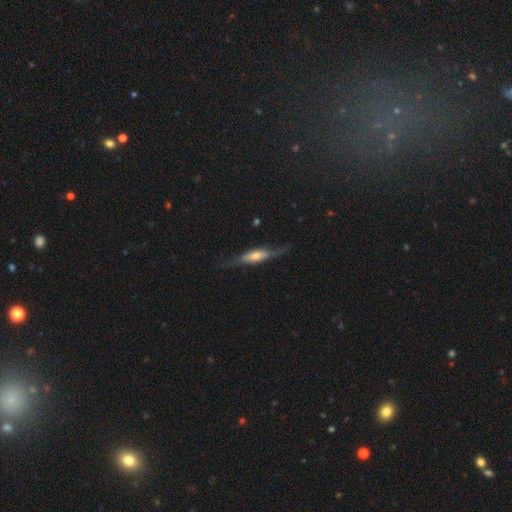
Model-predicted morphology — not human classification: Q: Smooth or featured?
A: featured or disk (62%); runner-up: smooth (32%)
Q: Edge-on disk?
A: yes (75%); runner-up: no (25%)
Q: Merging?
A: none (64%); runner-up: minor disturbance (22%)